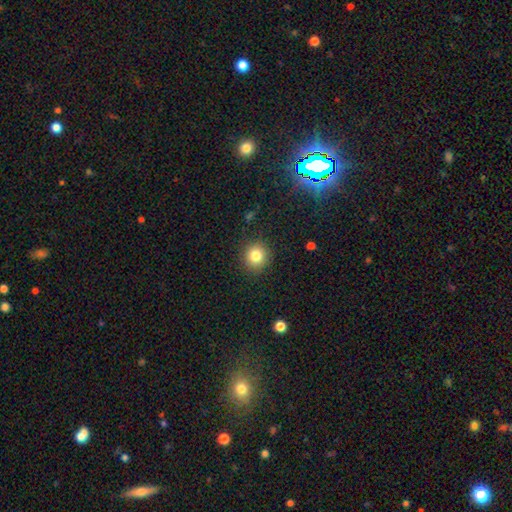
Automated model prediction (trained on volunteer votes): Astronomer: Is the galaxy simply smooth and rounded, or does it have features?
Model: smooth — 81%.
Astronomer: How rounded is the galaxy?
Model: round — 90%.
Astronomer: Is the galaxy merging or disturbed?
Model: none — 90%.